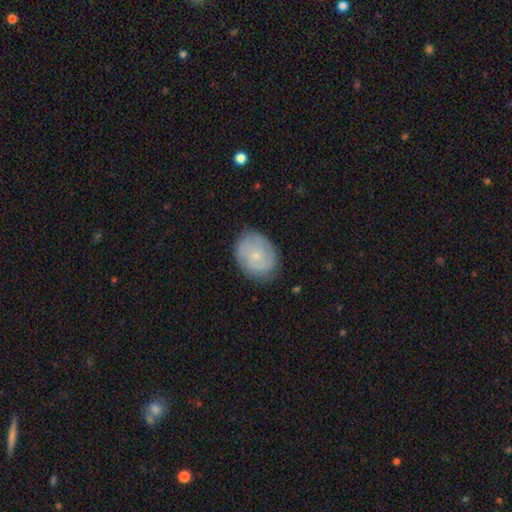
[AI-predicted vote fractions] The model was most divided on "smooth or featured": featured or disk: 54%, smooth: 38%, star or artifact: 7%. More confident: edge-on disk — no (97%); spiral arms — yes (81%); bulge size — small (80%); merging — none (79%); bar — no (78%).